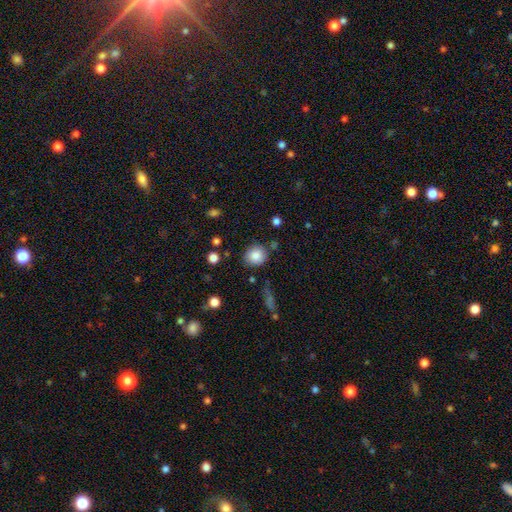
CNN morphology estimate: A smooth galaxy with no disk features (85%) that is round (83%). Merging: none (81%).